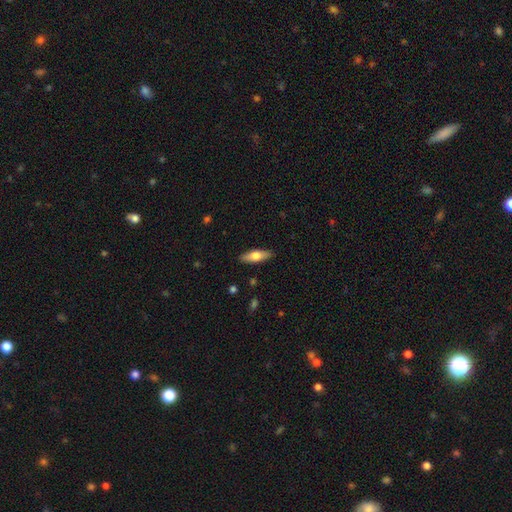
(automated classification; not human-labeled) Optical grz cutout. It shows a smooth galaxy with no disk features (64%) that is in between round and cigar-shaped (59%). Merging: none (89%).